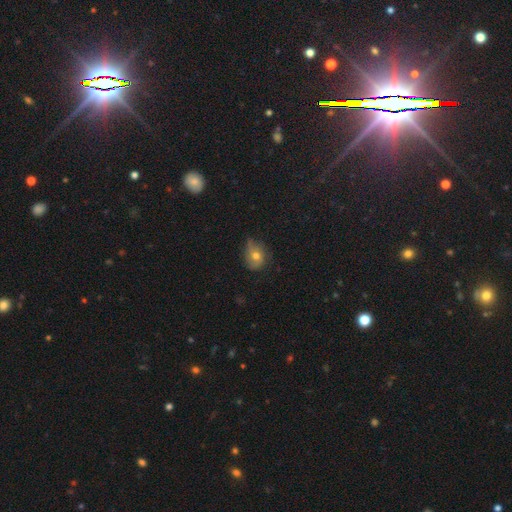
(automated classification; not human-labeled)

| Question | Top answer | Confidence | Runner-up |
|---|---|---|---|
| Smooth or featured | smooth | 60% | featured or disk (29%) |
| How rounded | round | 55% | in between (43%) |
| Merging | none | 53% | minor disturbance (35%) |